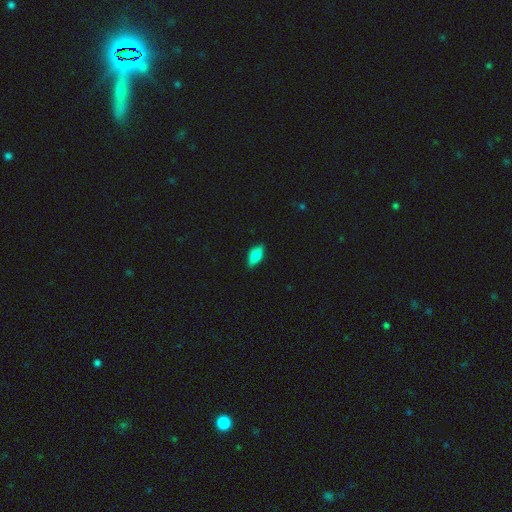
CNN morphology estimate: Smooth or featured: smooth — 85% (featured or disk — 8%)
How rounded: in between — 88% (cigar-shaped — 10%)
Merging: none — 82% (minor disturbance — 14%)